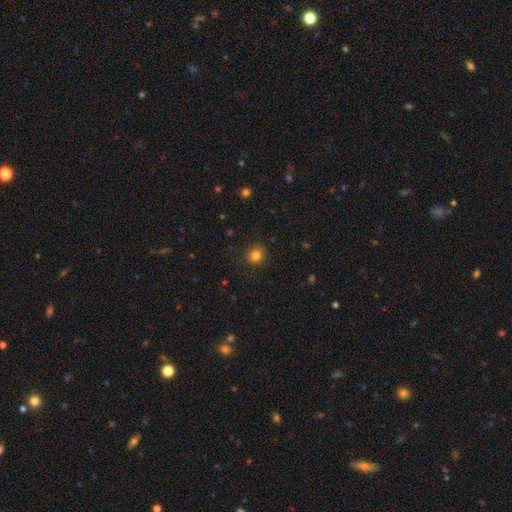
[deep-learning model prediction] Smooth or featured? Predicted: smooth (p=0.82). How rounded? Predicted: round (p=0.84). Merging? Predicted: none (p=0.88).